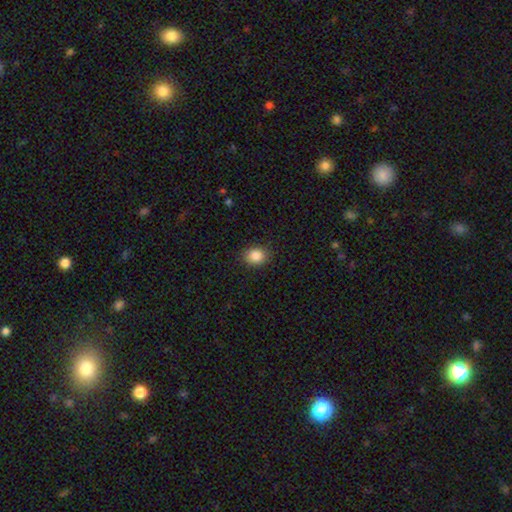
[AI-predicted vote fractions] A smooth galaxy with no disk features (87%) that is round (53%). Merging: none (88%).